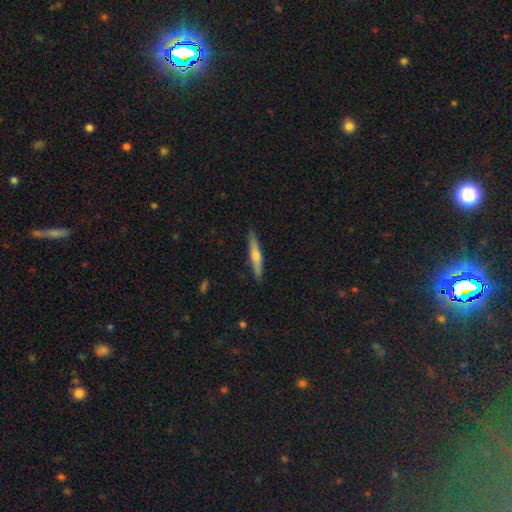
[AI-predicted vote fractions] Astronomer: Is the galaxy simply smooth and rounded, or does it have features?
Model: featured or disk — 50% (runner-up: smooth, 44%).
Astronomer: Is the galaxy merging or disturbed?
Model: none — 89%.